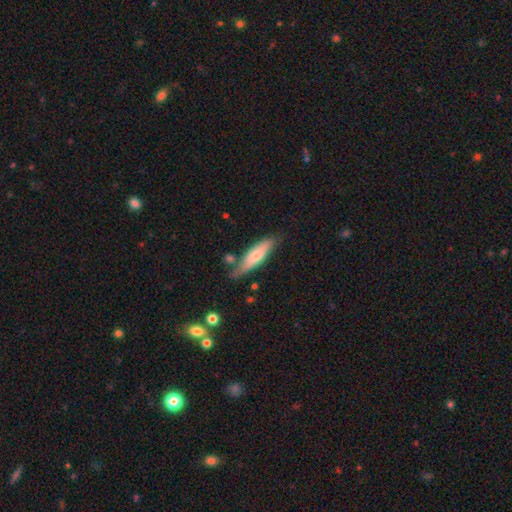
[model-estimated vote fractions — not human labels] Morphology: type=smooth (62%); roundness=cigar-shaped (61%); merging=none (66%).